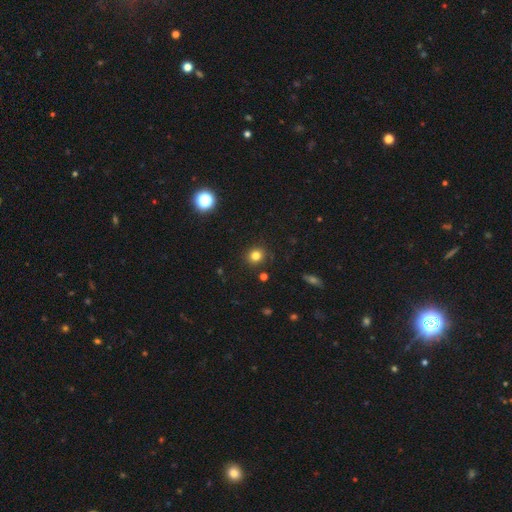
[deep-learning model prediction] Q: Smooth or featured?
A: smooth (80%); runner-up: star or artifact (14%)
Q: How rounded?
A: round (86%); runner-up: in between (14%)
Q: Merging?
A: none (88%); runner-up: minor disturbance (8%)